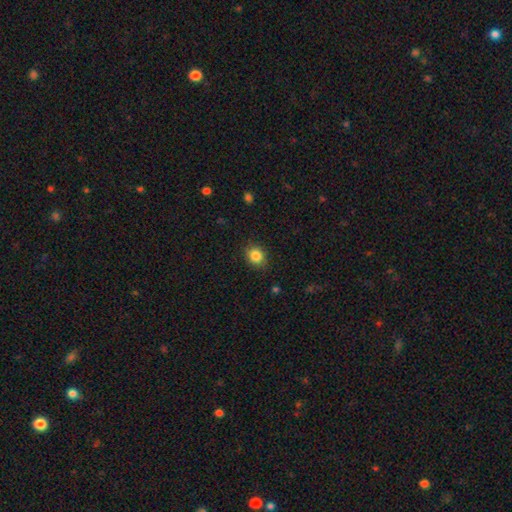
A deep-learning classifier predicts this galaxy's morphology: A smooth galaxy with no disk features (85%) that is round (62%). Merging: none (87%).